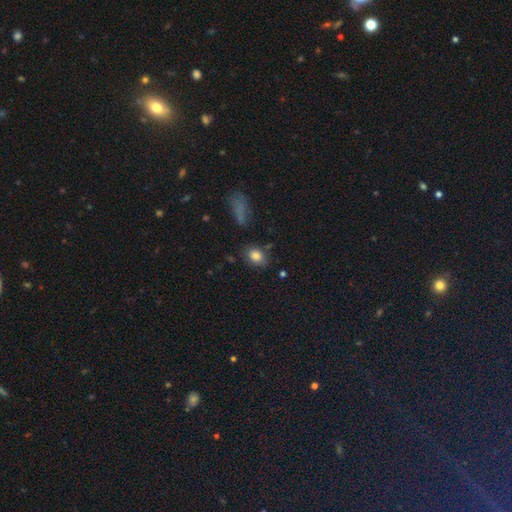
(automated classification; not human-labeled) Q: Smooth or featured?
A: smooth (83%); runner-up: star or artifact (9%)
Q: How rounded?
A: in between (65%); runner-up: round (33%)
Q: Merging?
A: none (76%); runner-up: minor disturbance (16%)